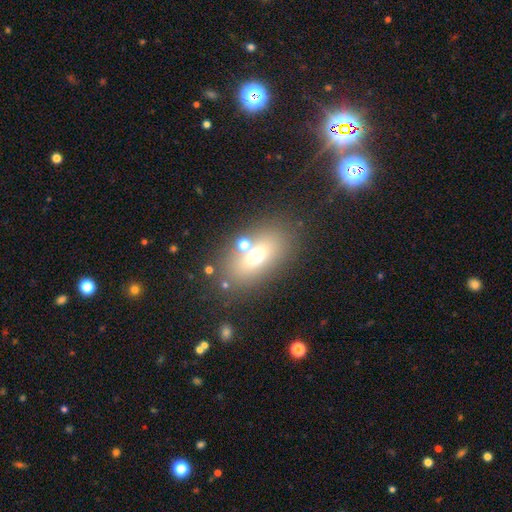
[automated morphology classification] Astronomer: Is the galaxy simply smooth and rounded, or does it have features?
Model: smooth — 63%.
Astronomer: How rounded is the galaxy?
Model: in between — 78%.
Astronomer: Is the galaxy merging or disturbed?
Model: none — 70%.